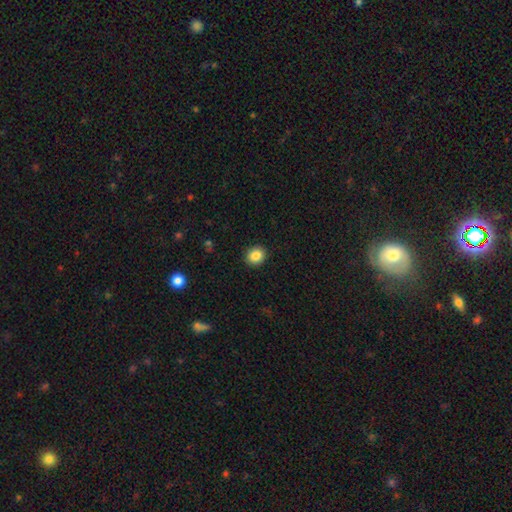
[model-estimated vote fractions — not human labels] smooth-or-featured: smooth: 87% | star or artifact: 9% | featured or disk: 4%
  how-rounded: round: 77% | in between: 23% | cigar-shaped: 1%
  merging: none: 91% | minor disturbance: 6% | major disturbance: 2% | merger: 1%